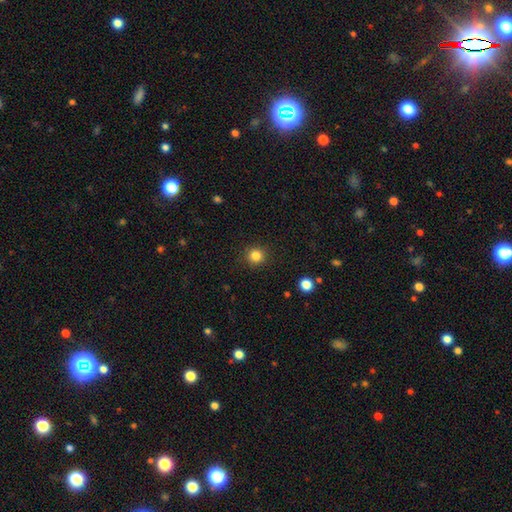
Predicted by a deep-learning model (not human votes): smooth 83%, star or artifact 12%, featured or disk 4%. Down the decision tree: how rounded — round (93%); merging — none (91%).